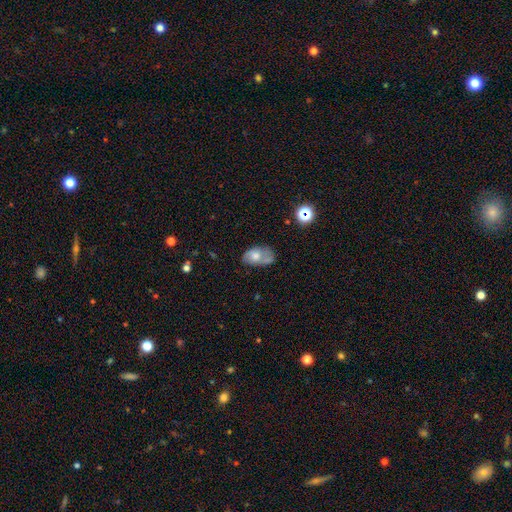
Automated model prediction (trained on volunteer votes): Smooth or featured? Predicted: smooth (p=0.48). Merging? Predicted: none (p=0.46).